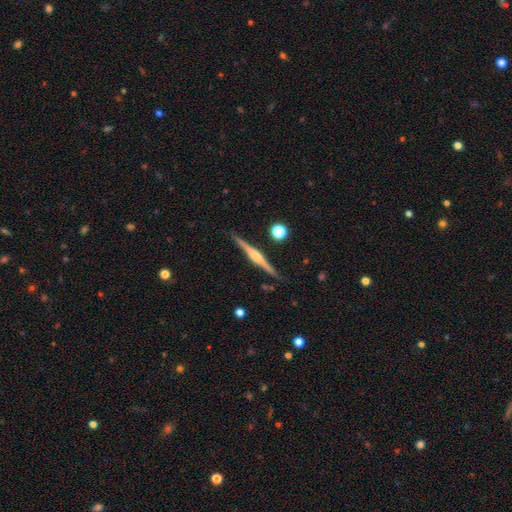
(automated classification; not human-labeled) smooth-or-featured: featured or disk: 79% | smooth: 15% | star or artifact: 6%
  disk-edge-on: yes: 98% | no: 2%
    edge-on-bulge: rounded: 76% | boxy: 17% | none: 7%
  merging: none: 90% | minor disturbance: 7% | major disturbance: 1% | merger: 1%